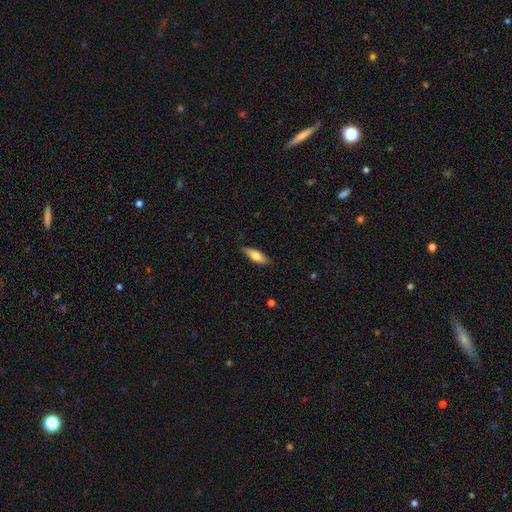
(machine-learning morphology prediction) Smooth or featured?
  - smooth: 69% *
  - featured or disk: 25%
  - star or artifact: 6%
How rounded?
  - cigar-shaped: 51% *
  - in between: 47%
  - round: 2%
Merging?
  - none: 84% *
  - minor disturbance: 12%
  - major disturbance: 2%
  - merger: 1%